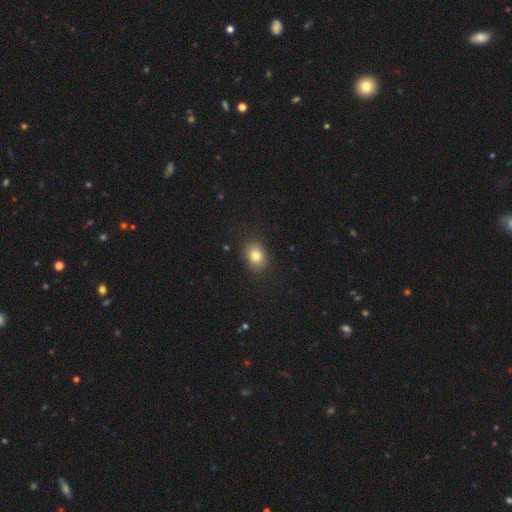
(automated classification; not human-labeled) Morphology: type=smooth (81%); roundness=in between (63%); merging=none (87%).